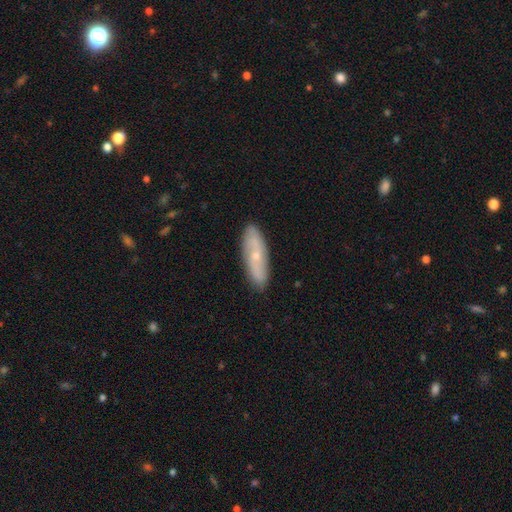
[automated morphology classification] Smooth or featured? featured or disk (52%)
Edge-on disk? no (73%)
Merging? none (87%)